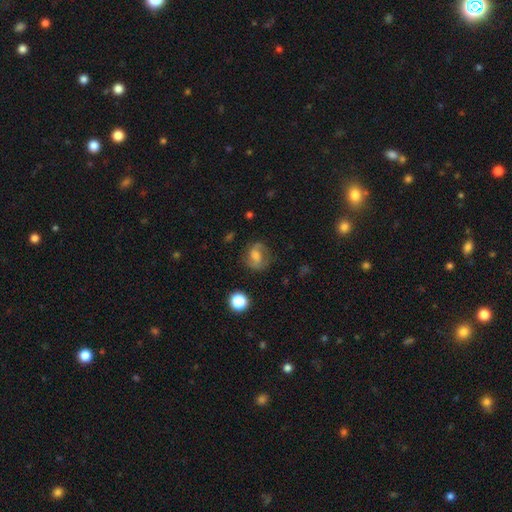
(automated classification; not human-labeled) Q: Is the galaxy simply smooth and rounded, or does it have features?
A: featured or disk — 45%.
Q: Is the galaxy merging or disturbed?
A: none — 69%.